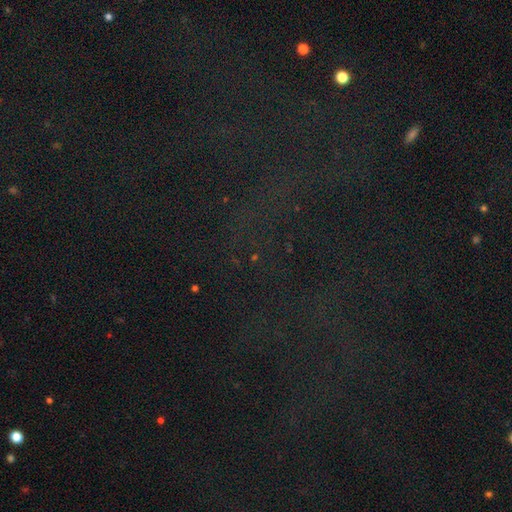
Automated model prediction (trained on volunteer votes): Morphology: type=star or artifact (78%).